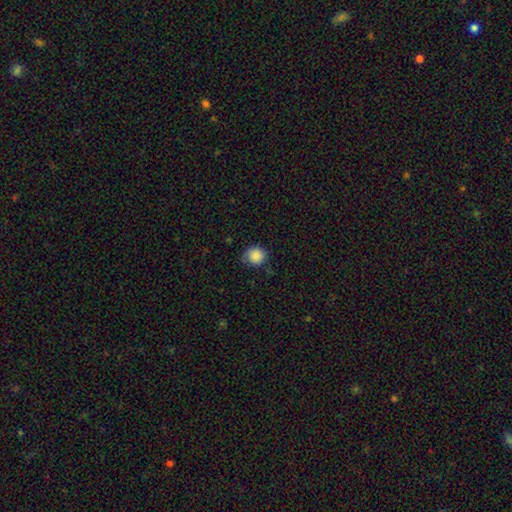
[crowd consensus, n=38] A smooth galaxy with no disk features (92%) that is round (86%). Merging: none (73%).